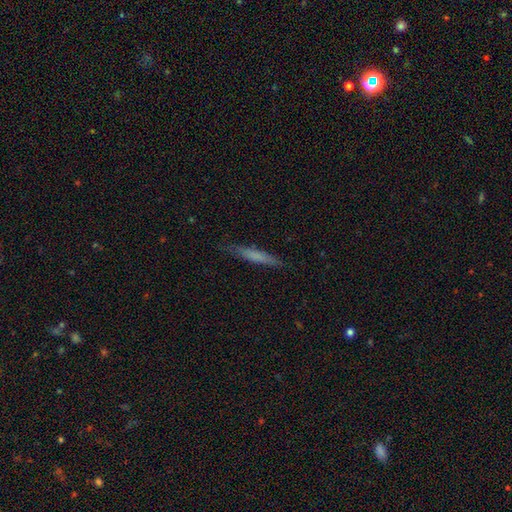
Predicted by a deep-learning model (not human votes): Q: Smooth or featured?
A: smooth (64%); runner-up: featured or disk (30%)
Q: How rounded?
A: cigar-shaped (94%); runner-up: in between (5%)
Q: Merging?
A: none (83%); runner-up: minor disturbance (13%)